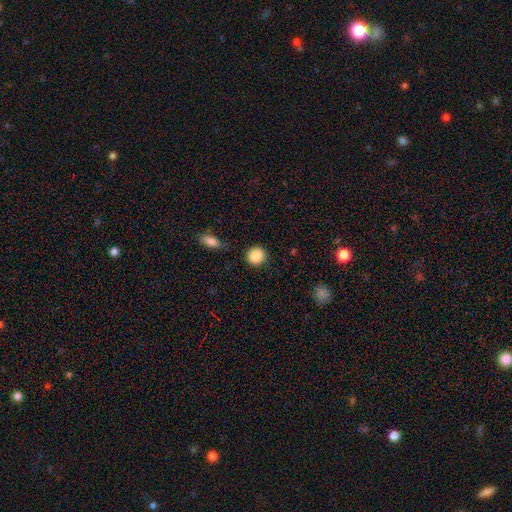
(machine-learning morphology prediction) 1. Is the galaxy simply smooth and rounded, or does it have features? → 88% smooth, 8% star or artifact, 4% featured or disk.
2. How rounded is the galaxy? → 91% round, 8% in between, 1% cigar-shaped.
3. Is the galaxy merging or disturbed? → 88% none, 7% minor disturbance, 2% major disturbance, 2% merger.